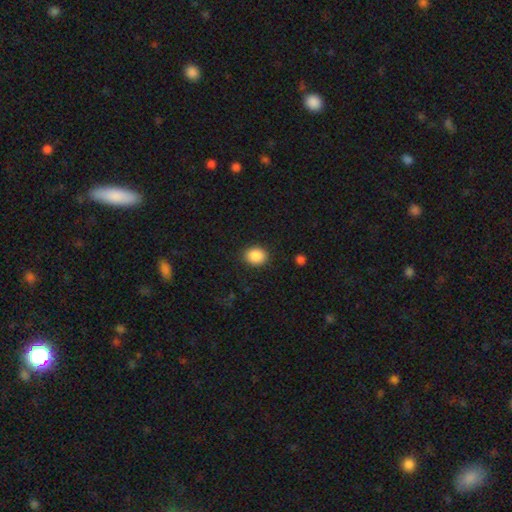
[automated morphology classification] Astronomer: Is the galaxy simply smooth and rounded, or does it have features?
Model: smooth — 88%.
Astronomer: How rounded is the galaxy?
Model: round — 56% (runner-up: in between, 43%).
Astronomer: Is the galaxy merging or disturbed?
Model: none — 88%.